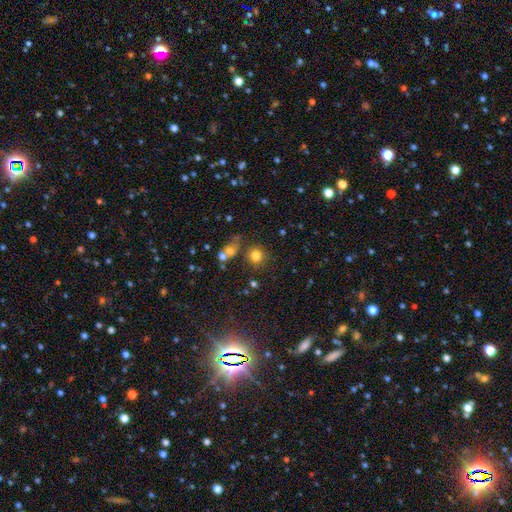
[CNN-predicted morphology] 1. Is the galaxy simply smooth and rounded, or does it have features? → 78% smooth, 15% star or artifact, 7% featured or disk.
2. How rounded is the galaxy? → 90% round, 9% in between, 1% cigar-shaped.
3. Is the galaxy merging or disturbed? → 77% none, 10% merger, 9% minor disturbance, 4% major disturbance.